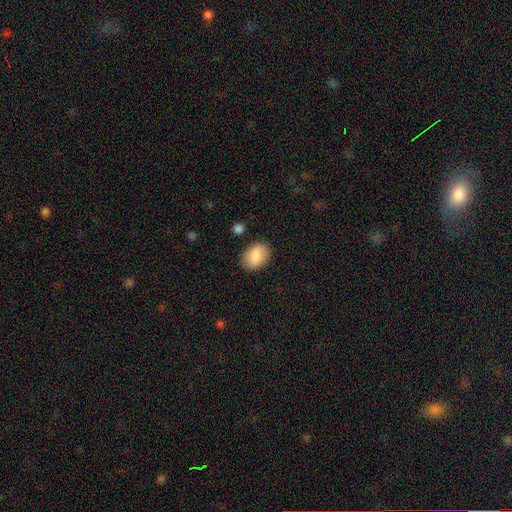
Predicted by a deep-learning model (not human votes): smooth-or-featured: smooth: 87% | star or artifact: 7% | featured or disk: 6%
  how-rounded: in between: 80% | round: 19% | cigar-shaped: 1%
  merging: none: 83% | minor disturbance: 12% | major disturbance: 3% | merger: 2%